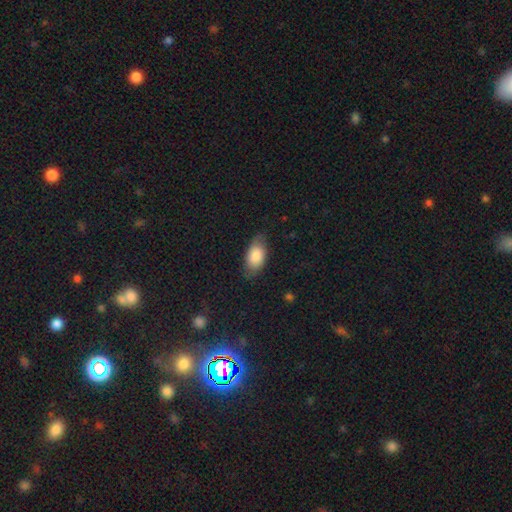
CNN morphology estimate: smooth_or_featured: smooth (p=0.79) [alt: featured or disk p=0.14]
how_rounded: in between (p=0.91) [alt: round p=0.05]
merging: none (p=0.72) [alt: minor disturbance p=0.21]